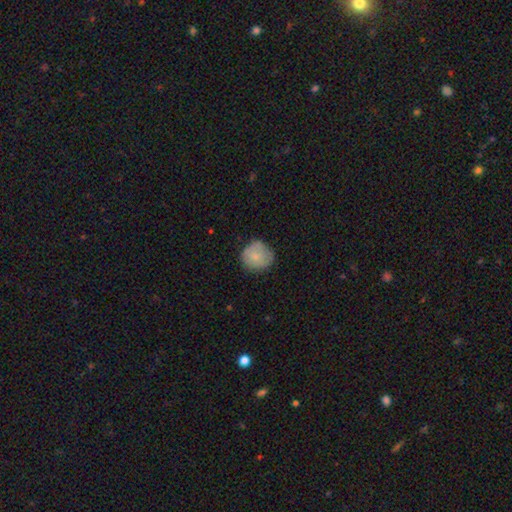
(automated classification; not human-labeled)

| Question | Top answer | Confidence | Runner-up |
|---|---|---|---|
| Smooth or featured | smooth | 78% | featured or disk (15%) |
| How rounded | round | 83% | in between (17%) |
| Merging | none | 67% | minor disturbance (25%) |